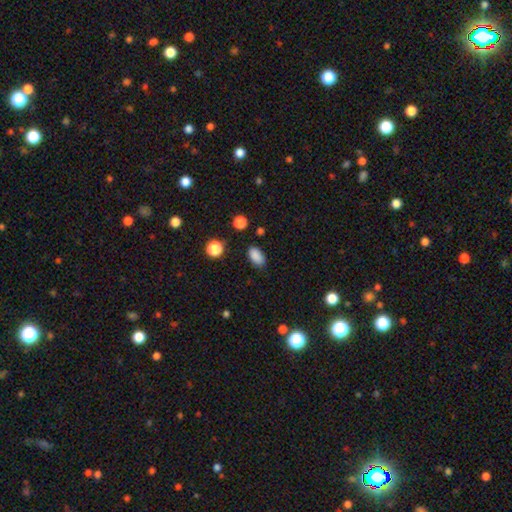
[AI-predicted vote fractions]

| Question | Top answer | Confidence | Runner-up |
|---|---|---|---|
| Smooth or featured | smooth | 86% | star or artifact (10%) |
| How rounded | in between | 91% | round (7%) |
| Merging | none | 84% | minor disturbance (11%) |